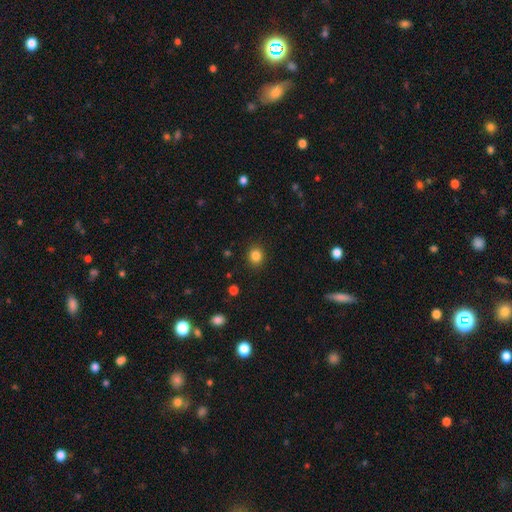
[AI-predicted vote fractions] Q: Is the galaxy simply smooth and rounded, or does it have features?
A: smooth — 84%.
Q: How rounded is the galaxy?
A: round — 81%.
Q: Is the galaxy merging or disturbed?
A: none — 91%.